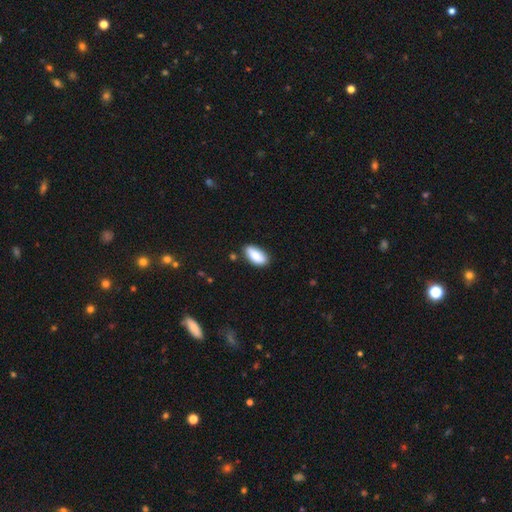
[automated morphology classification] smooth-or-featured: smooth: 85% | featured or disk: 9% | star or artifact: 6%
  how-rounded: in between: 88% | cigar-shaped: 10% | round: 2%
  merging: none: 81% | minor disturbance: 14% | merger: 3% | major disturbance: 3%